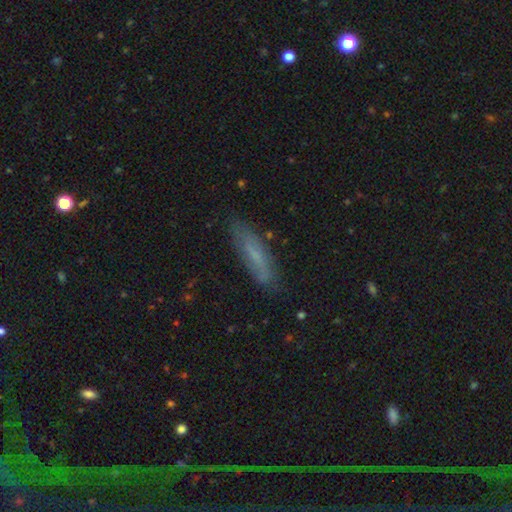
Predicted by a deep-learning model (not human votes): A smooth galaxy with no disk features (55%) that is cigar-shaped (74%).

Vote fractions:
- Smooth or featured? smooth: 55% / featured or disk: 35% / star or artifact: 9%
- How rounded? cigar-shaped: 74% / in between: 24% / round: 2%
- Merging? none: 80% / minor disturbance: 15% / major disturbance: 4% / merger: 1%